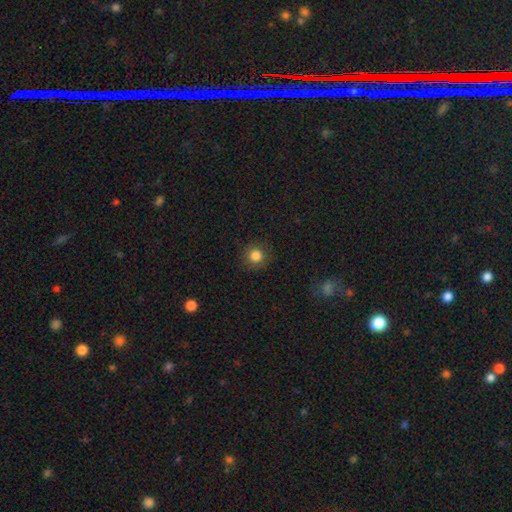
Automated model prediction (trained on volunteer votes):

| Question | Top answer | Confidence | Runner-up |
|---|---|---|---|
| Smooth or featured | smooth | 83% | star or artifact (12%) |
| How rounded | round | 93% | in between (6%) |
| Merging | none | 88% | minor disturbance (8%) |